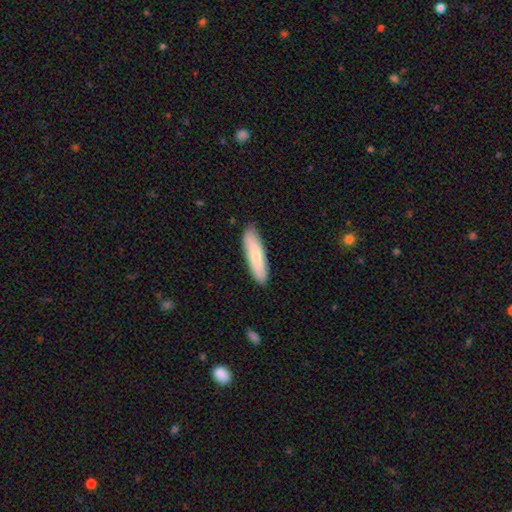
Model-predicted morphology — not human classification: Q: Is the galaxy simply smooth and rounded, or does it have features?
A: smooth — 76%.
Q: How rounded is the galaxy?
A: cigar-shaped — 68%.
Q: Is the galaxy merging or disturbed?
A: none — 86%.